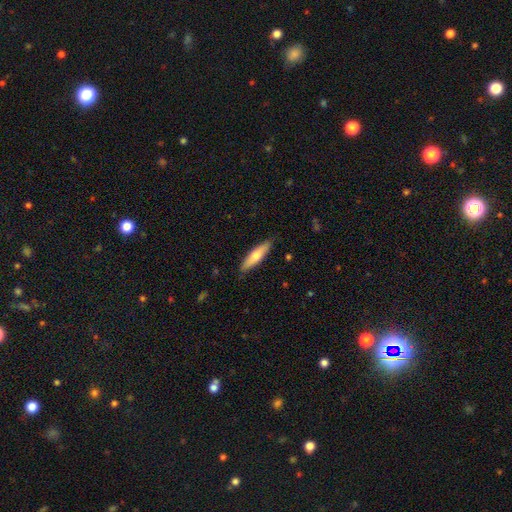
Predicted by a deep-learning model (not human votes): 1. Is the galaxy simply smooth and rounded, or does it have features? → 63% smooth, 31% featured or disk, 5% star or artifact.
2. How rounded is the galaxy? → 70% cigar-shaped, 29% in between, 2% round.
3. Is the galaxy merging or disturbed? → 88% none, 10% minor disturbance, 2% major disturbance, 1% merger.